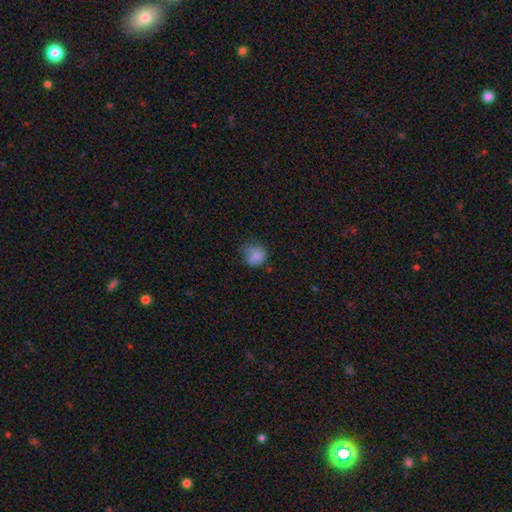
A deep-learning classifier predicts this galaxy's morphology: smooth-or-featured: smooth: 80% | star or artifact: 11% | featured or disk: 10%
  how-rounded: round: 72% | in between: 27% | cigar-shaped: 1%
  merging: none: 48% | minor disturbance: 33% | major disturbance: 17% | merger: 2%